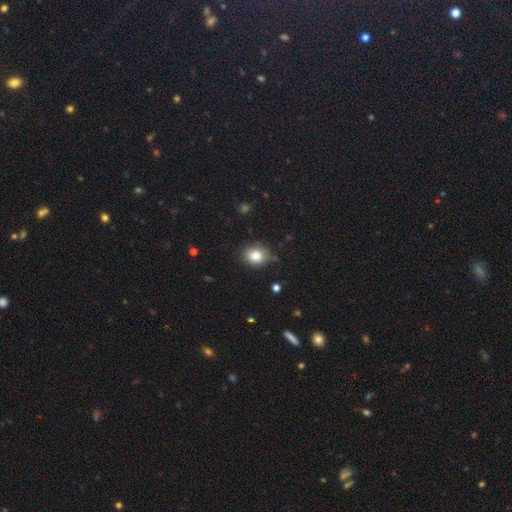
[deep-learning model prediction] Smooth or featured?
  - smooth: 83% *
  - star or artifact: 9%
  - featured or disk: 8%
How rounded?
  - round: 51% *
  - in between: 48%
  - cigar-shaped: 1%
Merging?
  - none: 77% *
  - minor disturbance: 18%
  - major disturbance: 4%
  - merger: 2%